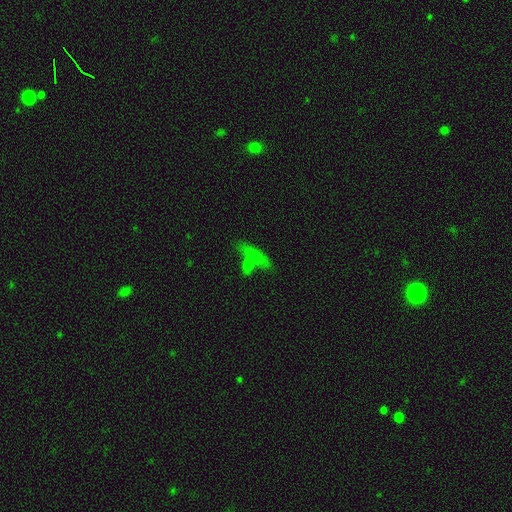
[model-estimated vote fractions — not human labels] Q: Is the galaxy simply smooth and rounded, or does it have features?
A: smooth — 63%.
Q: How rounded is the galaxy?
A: cigar-shaped — 54%.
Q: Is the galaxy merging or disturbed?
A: none — 43%.